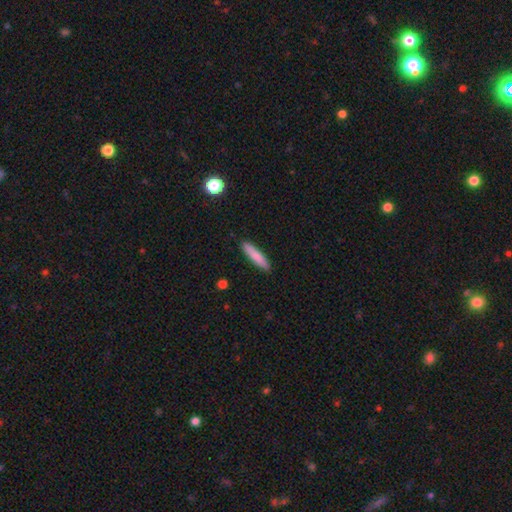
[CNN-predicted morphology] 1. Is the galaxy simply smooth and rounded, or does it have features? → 82% smooth, 12% featured or disk, 6% star or artifact.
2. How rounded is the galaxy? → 86% cigar-shaped, 12% in between, 1% round.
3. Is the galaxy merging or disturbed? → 89% none, 8% minor disturbance, 2% major disturbance, 1% merger.